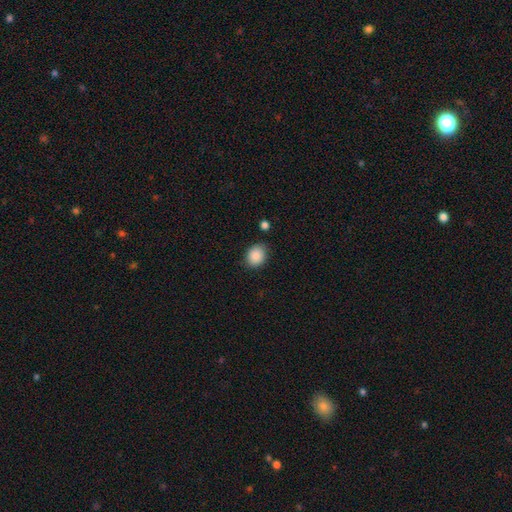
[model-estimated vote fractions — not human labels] Smooth or featured: smooth — 88% (star or artifact — 8%)
How rounded: in between — 54% (round — 45%)
Merging: none — 81% (minor disturbance — 14%)